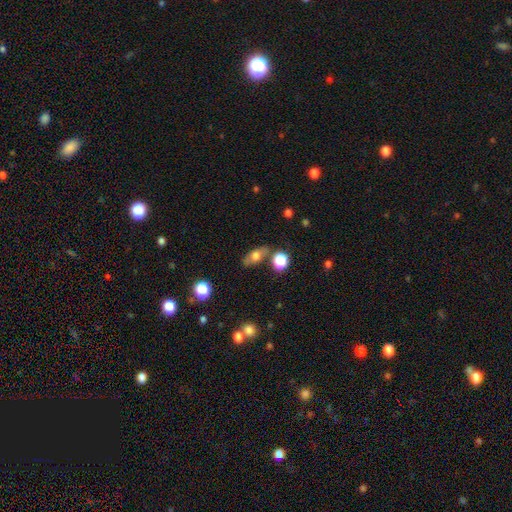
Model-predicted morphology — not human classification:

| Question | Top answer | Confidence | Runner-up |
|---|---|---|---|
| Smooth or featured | smooth | 61% | featured or disk (27%) |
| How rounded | in between | 76% | round (14%) |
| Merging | none | 70% | minor disturbance (16%) |